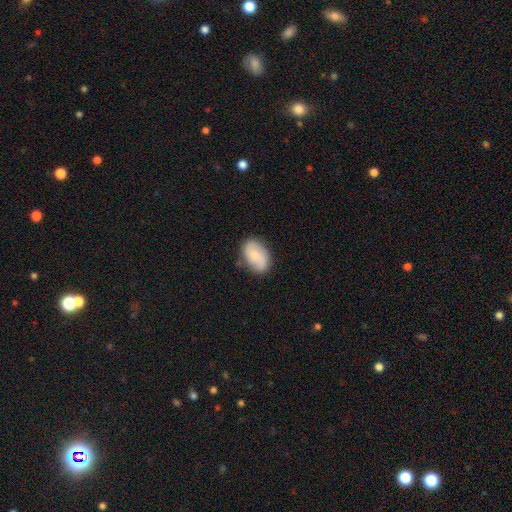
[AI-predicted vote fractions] Overall: smooth (62%; featured or disk 31%). How rounded: in between (87%). Merging: none (77%).